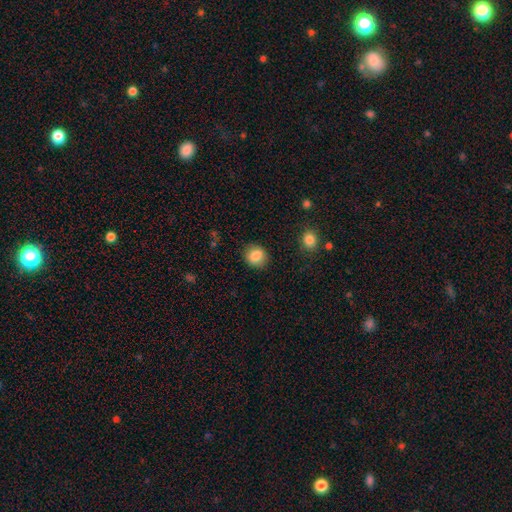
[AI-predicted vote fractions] smooth_or_featured: smooth (p=0.85) [alt: star or artifact p=0.09]
how_rounded: round (p=0.80) [alt: in between p=0.19]
merging: none (p=0.88) [alt: minor disturbance p=0.08]